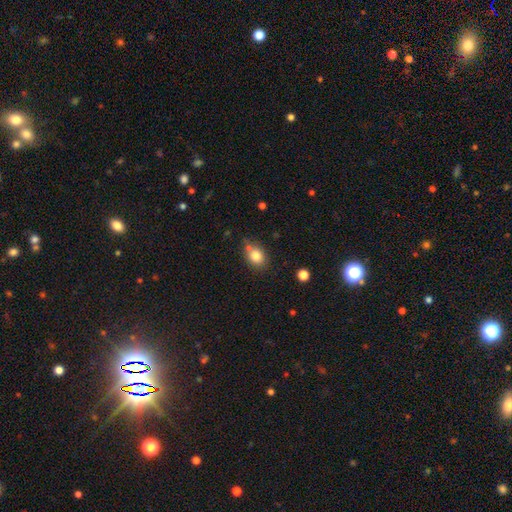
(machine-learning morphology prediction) type=smooth (81%); roundness=in between (54%); merging=none (65%).